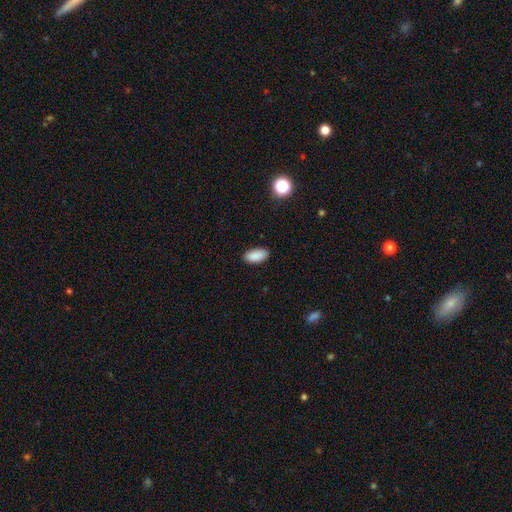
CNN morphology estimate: Smooth or featured?
  - smooth: 89% *
  - star or artifact: 8%
  - featured or disk: 3%
How rounded?
  - in between: 94% *
  - cigar-shaped: 3%
  - round: 3%
Merging?
  - none: 88% *
  - minor disturbance: 9%
  - major disturbance: 2%
  - merger: 1%